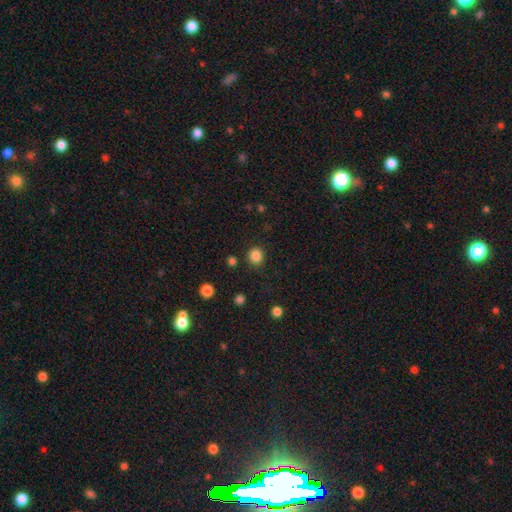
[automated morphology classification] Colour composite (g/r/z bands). It shows a smooth galaxy with no disk features (85%) that is round (89%). Merging: none (88%).